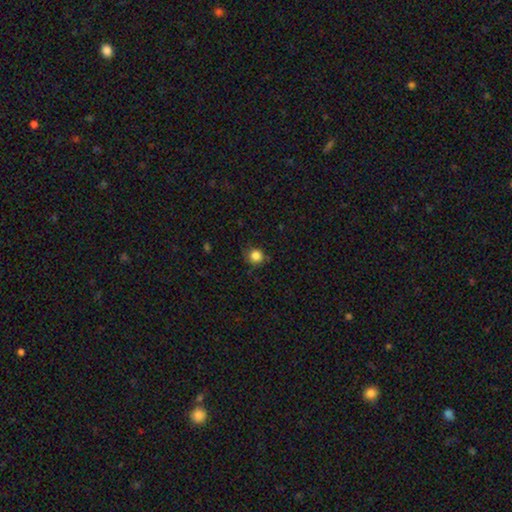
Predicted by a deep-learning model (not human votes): This is clearly a smooth galaxy (85%). How rounded: clearly round (91%). Merging: likely none (80%).